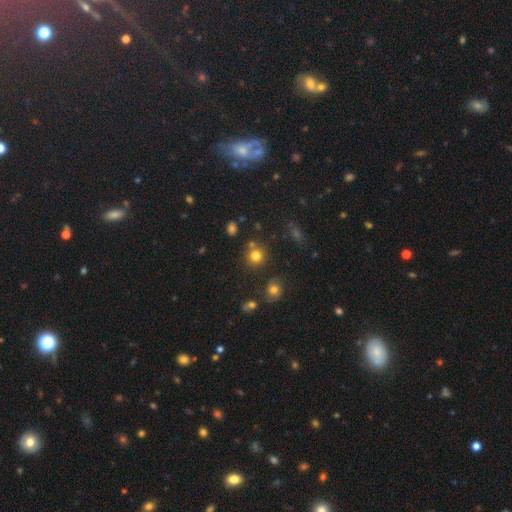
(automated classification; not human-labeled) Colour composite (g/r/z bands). It shows a smooth galaxy with no disk features (76%) that is round (90%). Merging: none (76%).